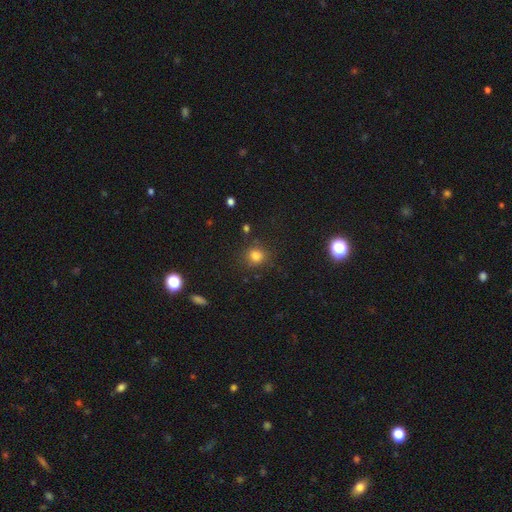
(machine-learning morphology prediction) Smooth or featured? Predicted: smooth (p=0.77). How rounded? Predicted: round (p=0.82). Merging? Predicted: none (p=0.80).